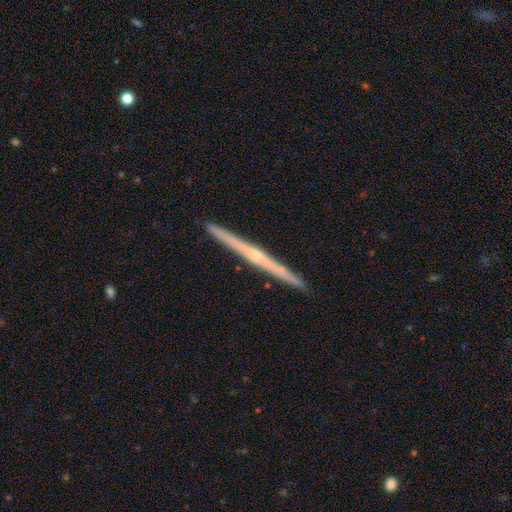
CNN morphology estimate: A featured or disk galaxy (76%) viewed edge-on (98%) with a rounded central bulge (57%).

Vote fractions:
- Smooth or featured? featured or disk: 76% / smooth: 19% / star or artifact: 6%
- Edge-on disk? yes: 98% / no: 2%
- Edge-on bulge? rounded: 57% / none: 38% / boxy: 5%
- Merging? none: 93% / minor disturbance: 5% / major disturbance: 1% / merger: 1%